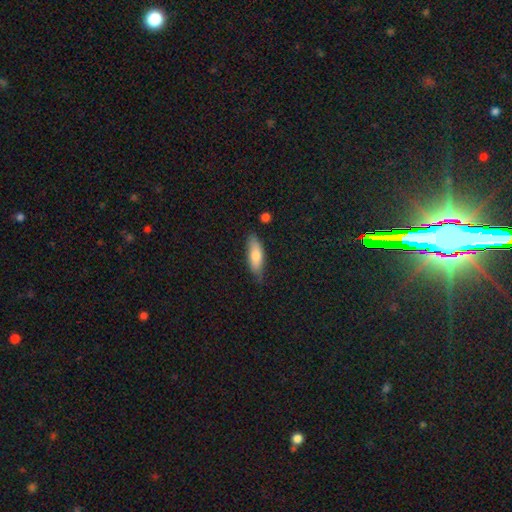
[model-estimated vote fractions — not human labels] smooth 74%, featured or disk 19%, star or artifact 6%. Down the decision tree: how rounded — in between (57%); merging — none (75%).